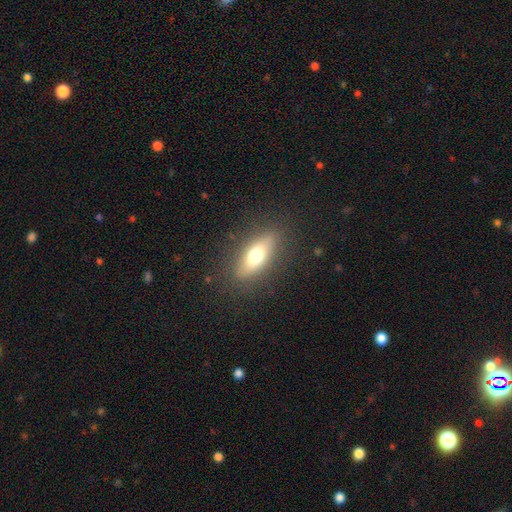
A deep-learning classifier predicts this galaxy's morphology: Q: Smooth or featured?
A: smooth (64%); runner-up: featured or disk (28%)
Q: How rounded?
A: in between (66%); runner-up: cigar-shaped (30%)
Q: Merging?
A: none (84%); runner-up: minor disturbance (11%)